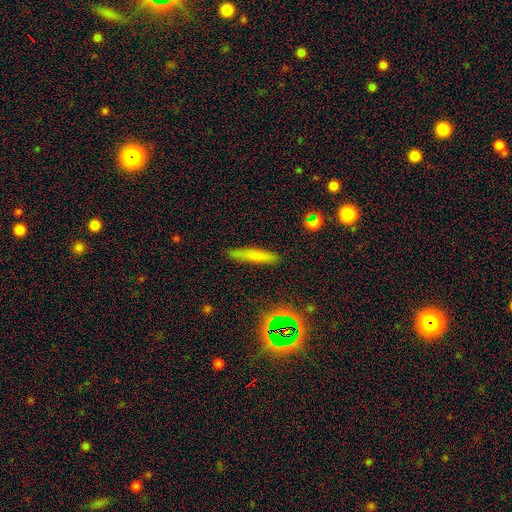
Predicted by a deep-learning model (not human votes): Smooth or featured: smooth — 66% (featured or disk — 23%)
How rounded: cigar-shaped — 89% (in between — 9%)
Merging: none — 87% (minor disturbance — 9%)